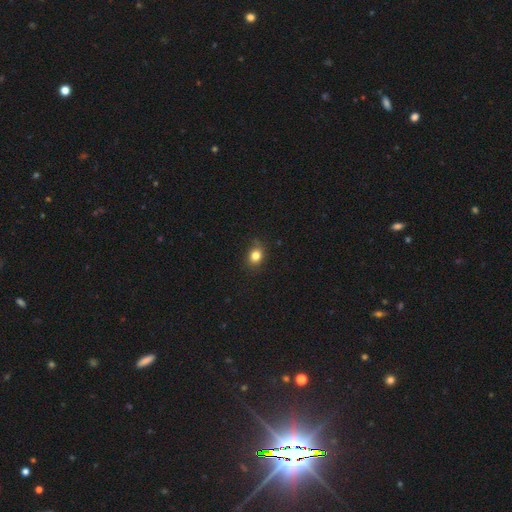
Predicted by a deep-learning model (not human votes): smooth 82%, star or artifact 11%, featured or disk 6%. Down the decision tree: how rounded — round (52%); merging — none (80%).